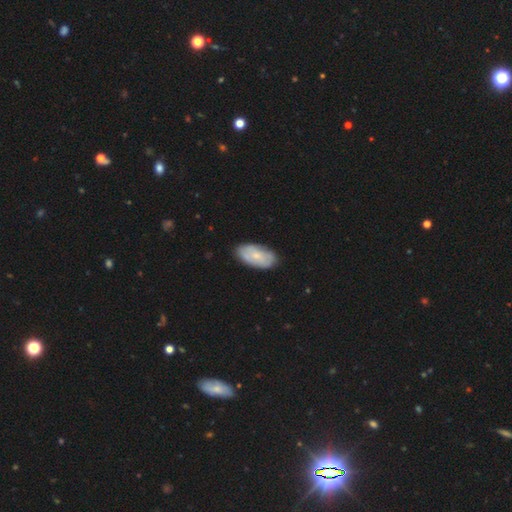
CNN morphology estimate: smooth_or_featured: smooth (p=0.54) [alt: featured or disk p=0.40]
how_rounded: in between (p=0.94) [alt: cigar-shaped p=0.03]
merging: none (p=0.81) [alt: minor disturbance p=0.15]